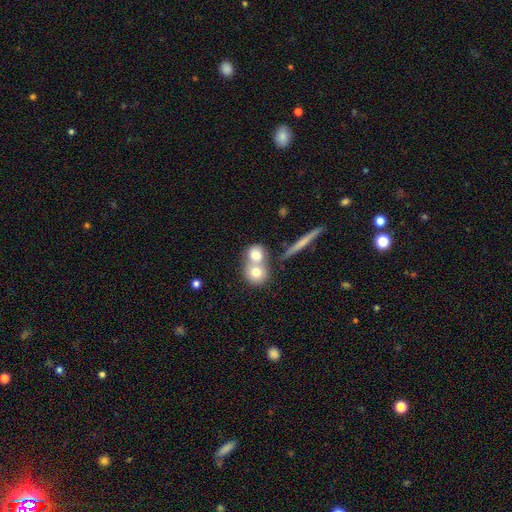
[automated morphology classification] Q: Smooth or featured?
A: smooth (74%); runner-up: featured or disk (18%)
Q: How rounded?
A: round (72%); runner-up: in between (23%)
Q: Merging?
A: merger (53%); runner-up: none (37%)